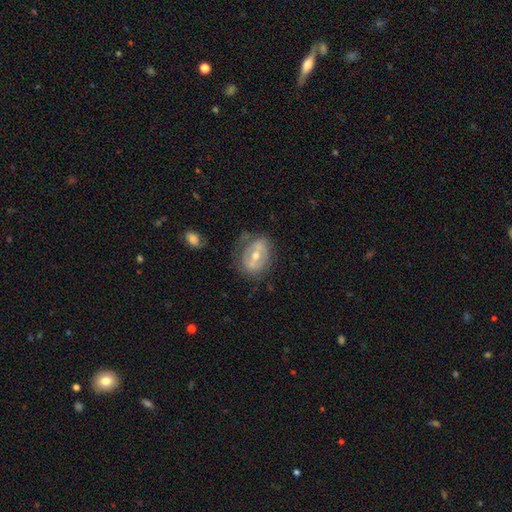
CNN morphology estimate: A featured or disk galaxy (69%) with a strong bar (40%), spiral arms (52%) and a moderate central bulge (61%). Merging: none (66%).